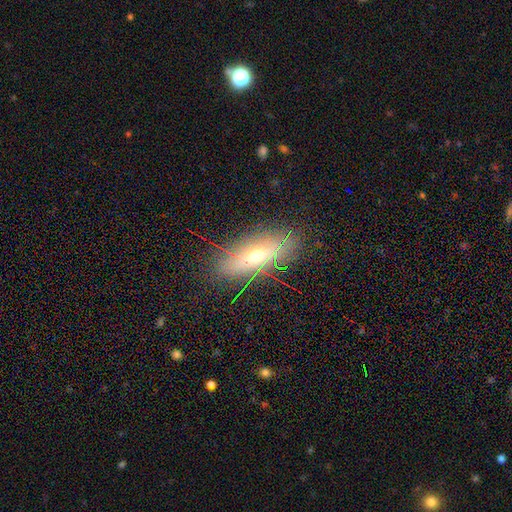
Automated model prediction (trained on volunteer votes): This appears to be a featured or disk galaxy (48%). Merging: none (81%).